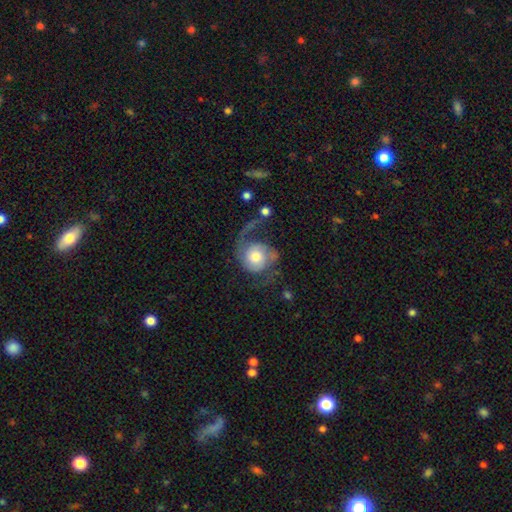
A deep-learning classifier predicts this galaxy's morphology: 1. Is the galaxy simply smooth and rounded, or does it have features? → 71% featured or disk, 23% smooth, 6% star or artifact.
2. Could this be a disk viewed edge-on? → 97% no, 3% yes.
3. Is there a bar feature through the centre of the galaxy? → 76% no, 21% weak, 4% strong.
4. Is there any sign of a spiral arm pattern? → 91% yes, 9% no.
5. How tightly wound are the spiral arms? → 53% loose, 34% medium, 13% tight.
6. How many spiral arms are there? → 62% 2, 29% 1, 4% can't tell, 2% 3, 1% 4, 1% more than 4.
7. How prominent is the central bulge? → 60% moderate, 18% large, 16% small, 3% dominant, 2% none.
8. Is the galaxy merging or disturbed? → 41% major disturbance, 38% none, 17% minor disturbance, 5% merger.